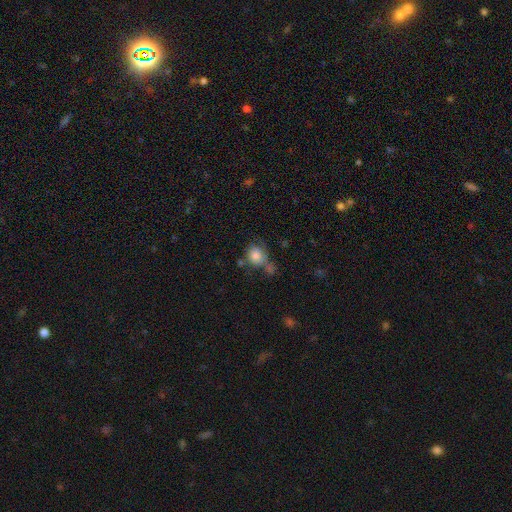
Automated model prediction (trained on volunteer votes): A smooth galaxy with no disk features (74%) that is round (71%).

Vote fractions:
- Smooth or featured? smooth: 74% / featured or disk: 16% / star or artifact: 10%
- How rounded? round: 71% / in between: 28% / cigar-shaped: 1%
- Merging? none: 44% / merger: 24% / minor disturbance: 21% / major disturbance: 11%